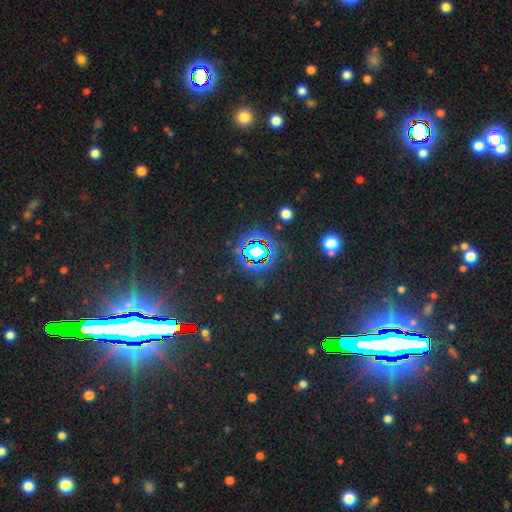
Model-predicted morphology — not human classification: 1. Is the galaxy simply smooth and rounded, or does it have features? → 82% star or artifact, 9% featured or disk, 9% smooth.